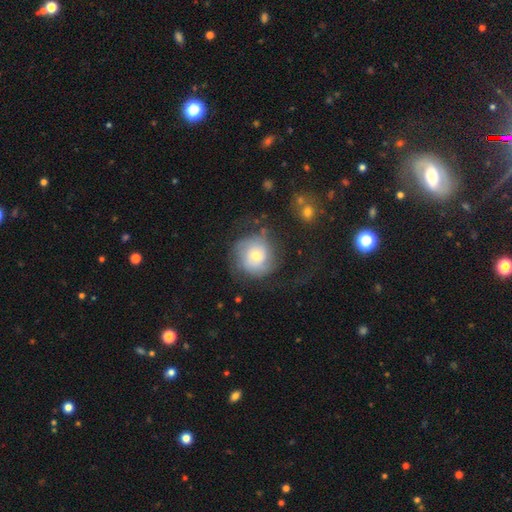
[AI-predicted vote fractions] smooth-or-featured: featured or disk: 51% | smooth: 40% | star or artifact: 8%
  disk-edge-on: no: 97% | yes: 3%
  merging: none: 57% | major disturbance: 20% | minor disturbance: 20% | merger: 2%